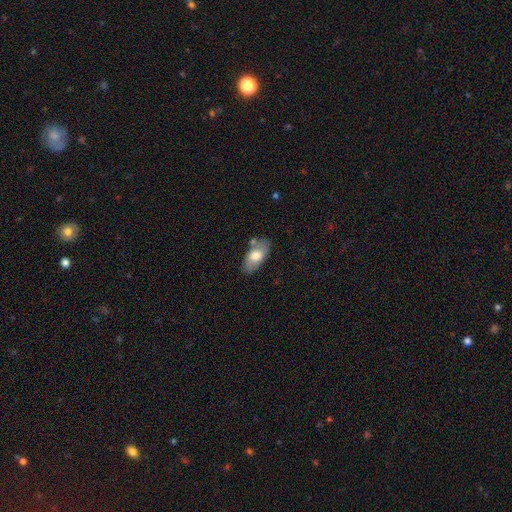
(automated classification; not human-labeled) Smooth or featured? smooth (65%)
How rounded? in between (92%)
Merging? none (70%)